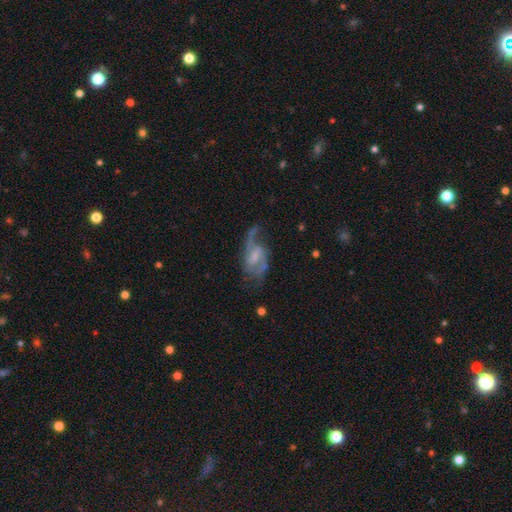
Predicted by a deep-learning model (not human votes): The model was most divided on "spiral winding": loose: 46%, medium: 42%, tight: 12%. Remaining: edge-on disk — no (96%); spiral arms — yes (93%); smooth or featured — featured or disk (82%); spiral arm count — 2 (77%); bar — weak (53%); merging — none (53%); bulge size — small (47%).